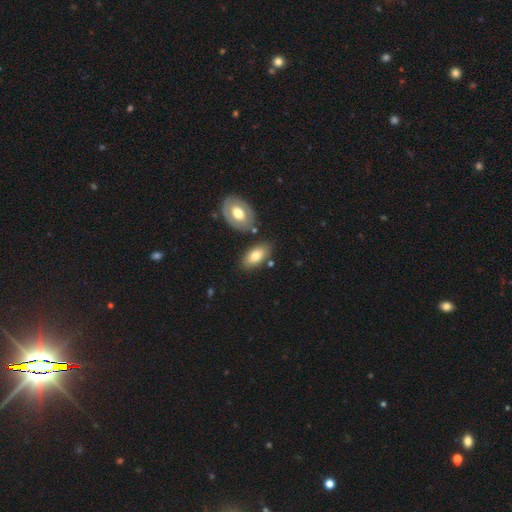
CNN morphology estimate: Overall: smooth (74%). How rounded: in between (93%). Merging: none (73%).